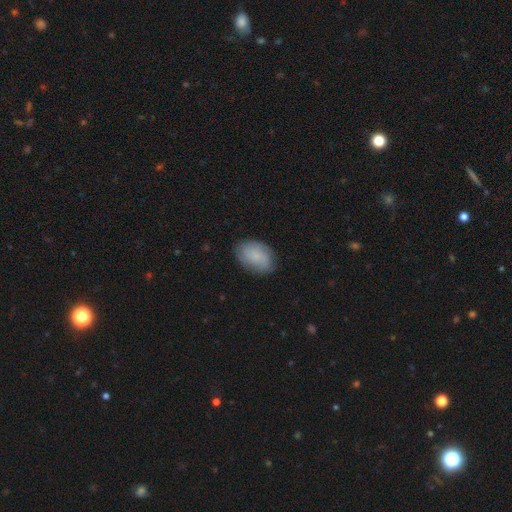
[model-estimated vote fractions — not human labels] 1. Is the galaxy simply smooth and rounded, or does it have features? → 71% smooth, 21% featured or disk, 7% star or artifact.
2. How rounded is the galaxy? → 86% in between, 13% round, 1% cigar-shaped.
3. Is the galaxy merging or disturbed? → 79% none, 16% minor disturbance, 4% major disturbance, 1% merger.